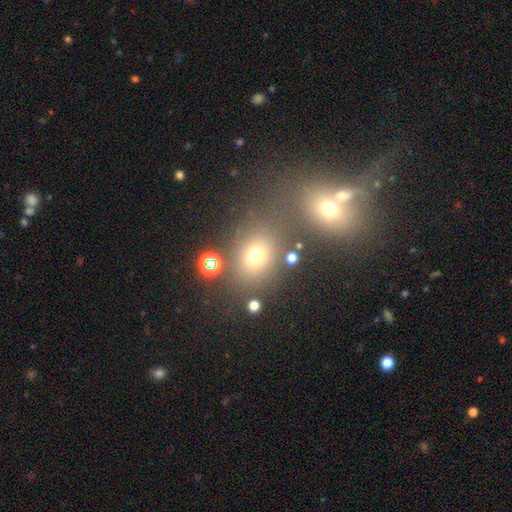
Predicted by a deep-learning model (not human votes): This appears to be a smooth galaxy with no disk features (67%) that is round (50%). Merging: none (64%).